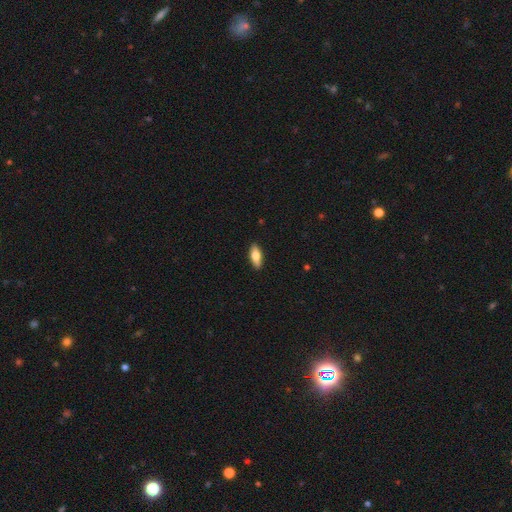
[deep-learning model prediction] Smooth or featured? Predicted: smooth (p=0.71). How rounded? Predicted: in between (p=0.74). Merging? Predicted: none (p=0.89).